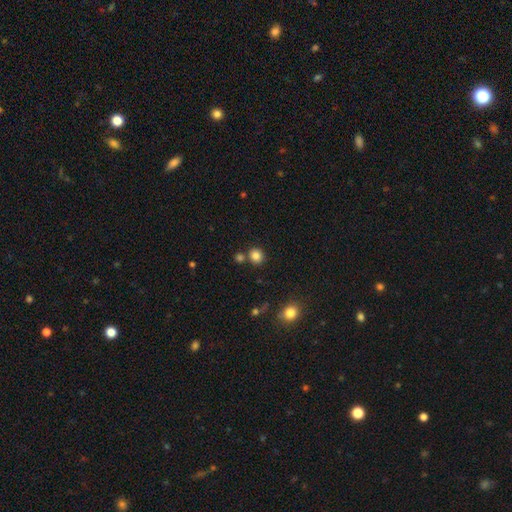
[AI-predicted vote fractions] Morphology: type=smooth (83%); roundness=round (86%); merging=none (77%).